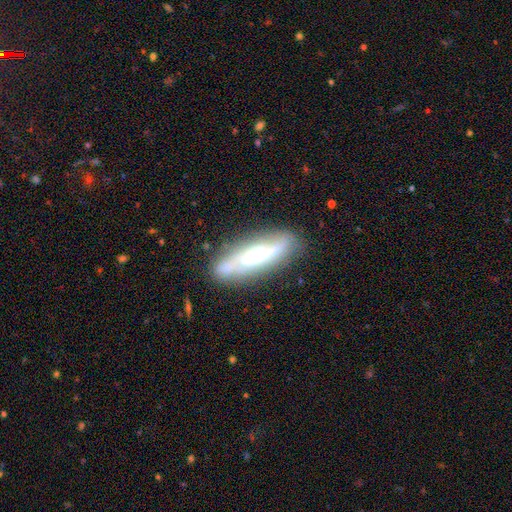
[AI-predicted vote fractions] smooth-or-featured: featured or disk: 68% | smooth: 25% | star or artifact: 7%
  disk-edge-on: no: 52% | yes: 48%
  merging: none: 76% | minor disturbance: 16% | major disturbance: 5% | merger: 3%